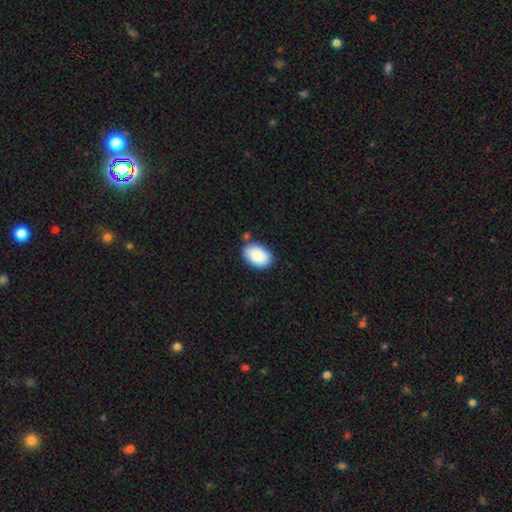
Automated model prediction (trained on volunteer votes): The model was most divided on "merging": none: 78%, minor disturbance: 14%, merger: 5%, major disturbance: 3%. More confident: how rounded — in between (89%); smooth or featured — smooth (88%).